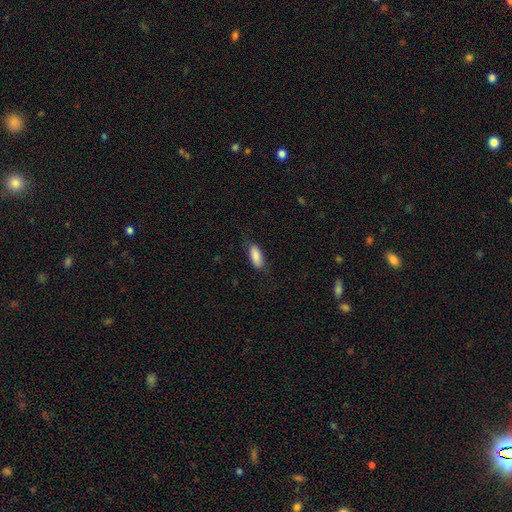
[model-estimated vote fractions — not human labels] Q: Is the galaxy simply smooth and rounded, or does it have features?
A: smooth — 87%.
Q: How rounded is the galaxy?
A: in between — 79%.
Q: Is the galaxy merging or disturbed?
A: none — 76%.